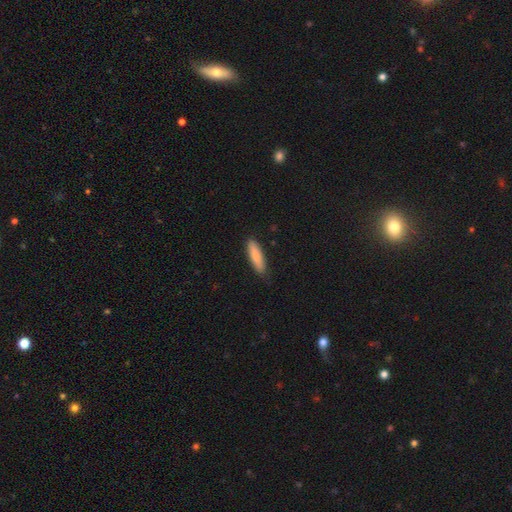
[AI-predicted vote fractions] A smooth galaxy with no disk features (82%) that is cigar-shaped (66%). Merging: none (84%).